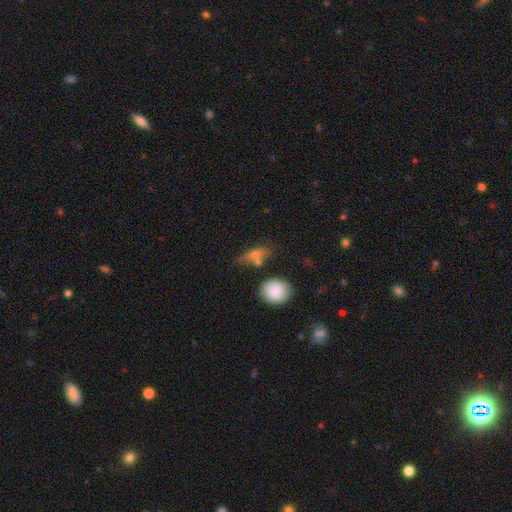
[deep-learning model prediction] Smooth or featured: smooth — 68% (featured or disk — 20%)
How rounded: in between — 67% (cigar-shaped — 17%)
Merging: none — 49% (minor disturbance — 25%)